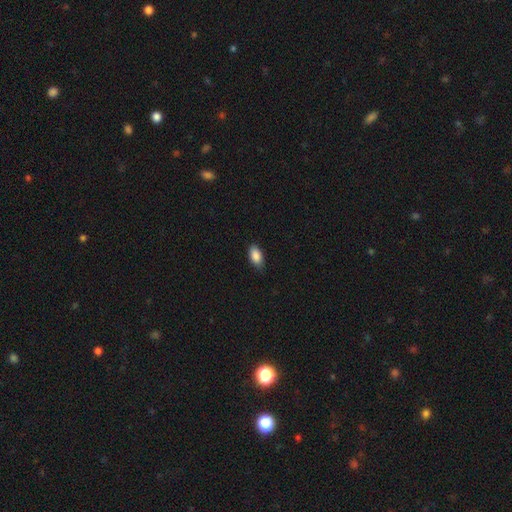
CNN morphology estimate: A smooth galaxy with no disk features (88%) that is in between round and cigar-shaped (93%).

Vote fractions:
- Smooth or featured? smooth: 88% / star or artifact: 7% / featured or disk: 5%
- How rounded? in between: 93% / cigar-shaped: 4% / round: 3%
- Merging? none: 82% / minor disturbance: 15% / major disturbance: 2% / merger: 1%